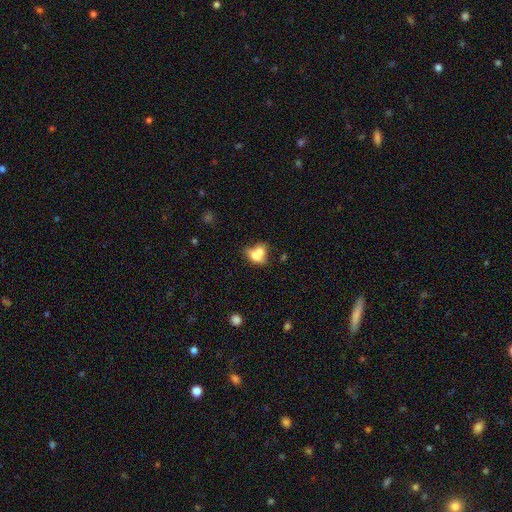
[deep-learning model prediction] smooth 65%, featured or disk 25%, star or artifact 10%. Down the decision tree: how rounded — in between (64%); merging — merger (63%).